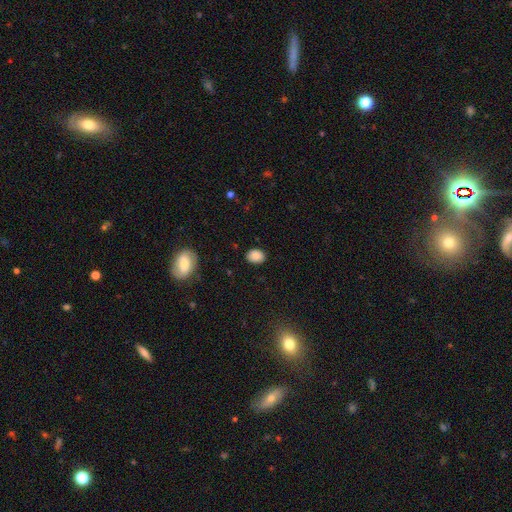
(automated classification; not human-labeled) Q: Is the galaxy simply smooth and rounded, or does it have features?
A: smooth — 86%.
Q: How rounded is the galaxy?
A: in between — 61%.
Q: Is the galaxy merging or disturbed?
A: none — 86%.